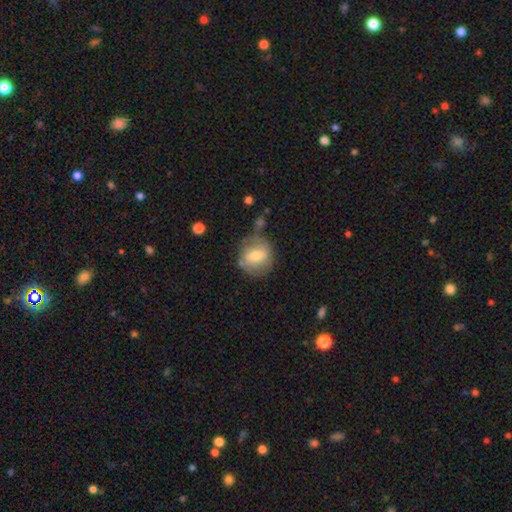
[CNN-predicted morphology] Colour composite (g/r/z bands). It shows a smooth galaxy with no disk features (58%) that is round (80%). Merging: none (65%).